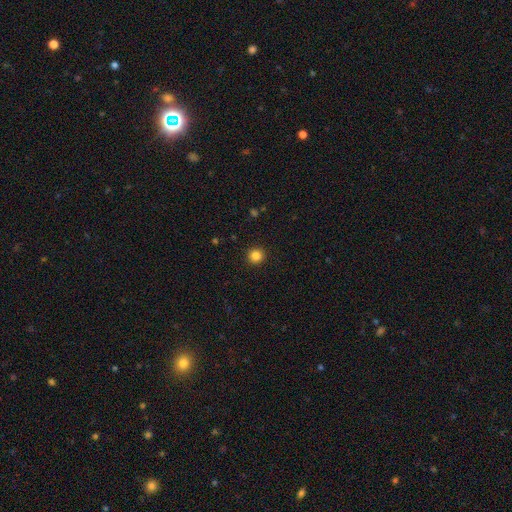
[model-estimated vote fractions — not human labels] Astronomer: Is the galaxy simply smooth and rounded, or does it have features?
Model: smooth — 84%.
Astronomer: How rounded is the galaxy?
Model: round — 94%.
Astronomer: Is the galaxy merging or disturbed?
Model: none — 93%.